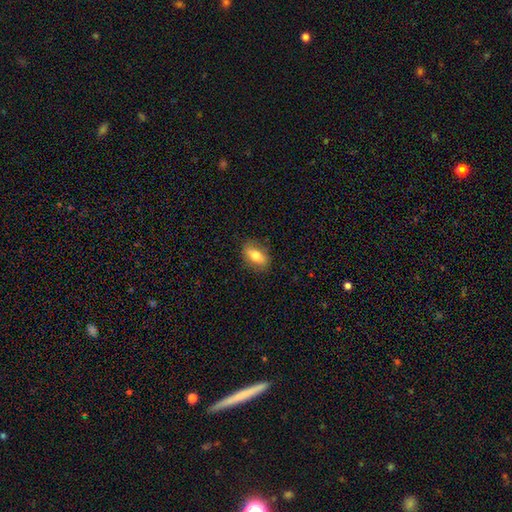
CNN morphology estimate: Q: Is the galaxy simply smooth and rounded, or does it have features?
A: smooth — 66%.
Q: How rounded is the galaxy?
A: in between — 80%.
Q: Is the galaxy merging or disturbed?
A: none — 83%.